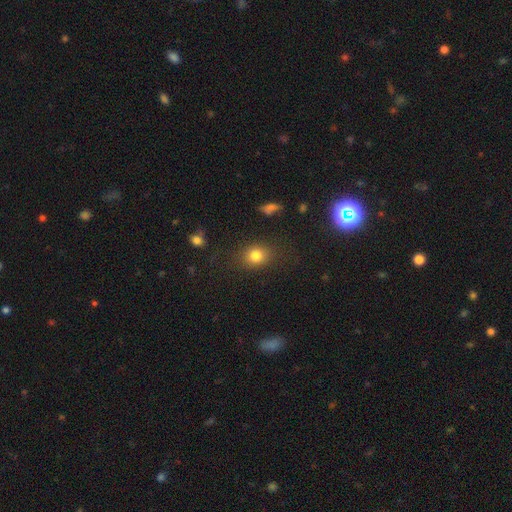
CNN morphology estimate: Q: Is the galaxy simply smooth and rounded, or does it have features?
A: smooth — 80%.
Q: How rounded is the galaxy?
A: round — 58%.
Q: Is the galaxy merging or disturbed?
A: none — 80%.